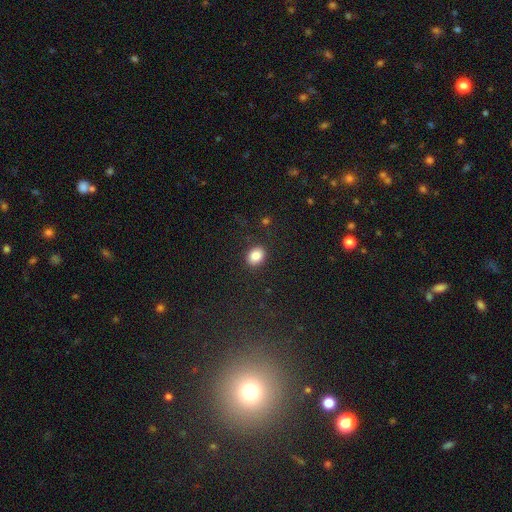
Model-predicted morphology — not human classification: A smooth galaxy with no disk features (85%) that is in between round and cigar-shaped (56%). Merging: none (88%).